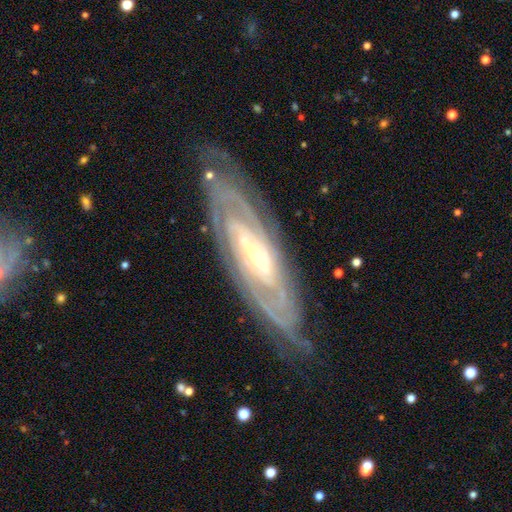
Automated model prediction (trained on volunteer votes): Q: Smooth or featured?
A: featured or disk (87%); runner-up: smooth (7%)
Q: Edge-on disk?
A: no (85%); runner-up: yes (15%)
Q: Bar?
A: no (38%); runner-up: weak (33%)
Q: Spiral arms?
A: yes (95%); runner-up: no (5%)
Q: Spiral winding?
A: tight (72%); runner-up: medium (23%)
Q: Spiral arm count?
A: can't tell (32%); runner-up: 2 (31%)
Q: Bulge size?
A: small (68%); runner-up: moderate (28%)
Q: Merging?
A: none (75%); runner-up: minor disturbance (17%)